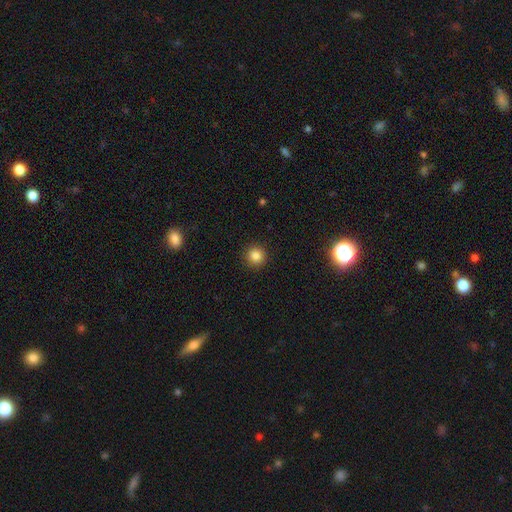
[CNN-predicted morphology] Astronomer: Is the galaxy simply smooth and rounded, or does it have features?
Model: smooth — 84%.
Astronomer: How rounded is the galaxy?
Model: round — 94%.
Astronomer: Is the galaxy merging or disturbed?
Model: none — 92%.